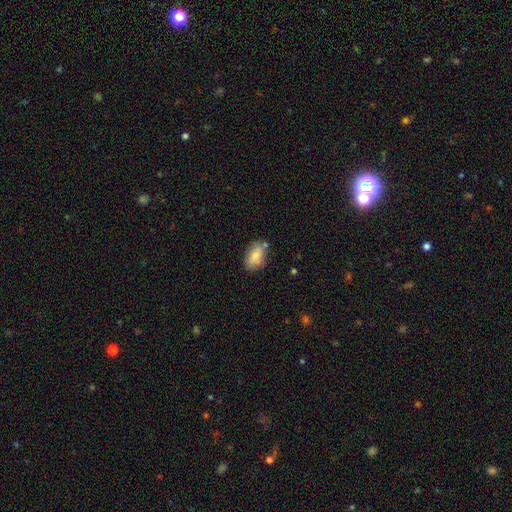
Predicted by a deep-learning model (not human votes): The model was most divided on "merging": none: 70%, minor disturbance: 19%, merger: 7%, major disturbance: 4%. More confident: how rounded — in between (90%); smooth or featured — smooth (81%).